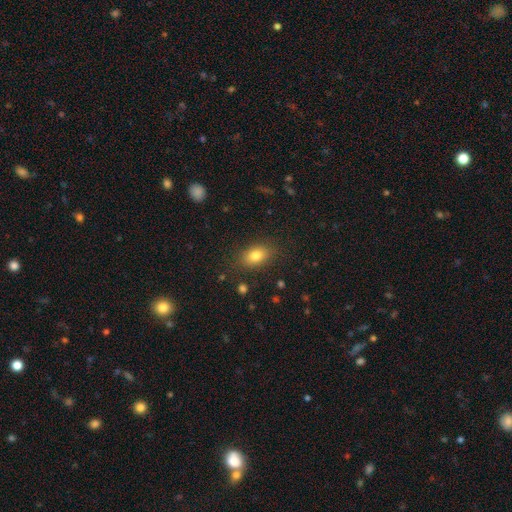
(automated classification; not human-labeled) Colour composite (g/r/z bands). It shows a smooth galaxy with no disk features (80%) that is in between round and cigar-shaped (83%). Merging: none (84%).